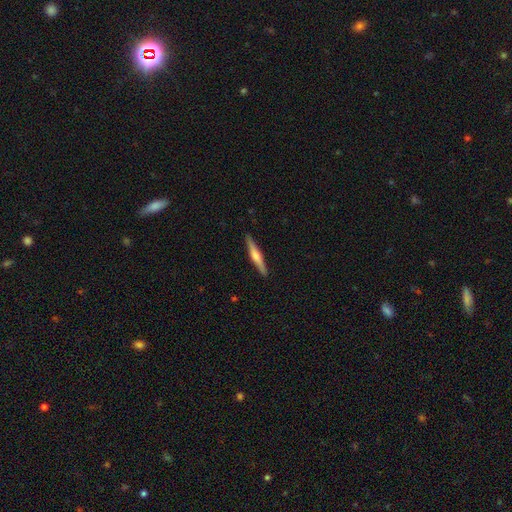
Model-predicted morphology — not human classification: A featured or disk galaxy (57%) viewed edge-on (97%) with a rounded central bulge (80%). Merging: none (91%).